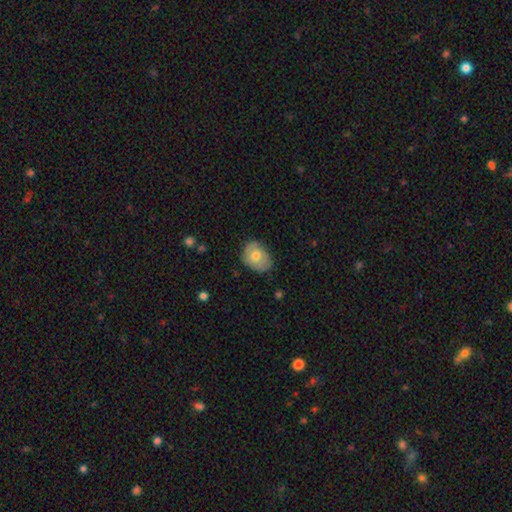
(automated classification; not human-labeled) smooth-or-featured: smooth: 61% | featured or disk: 31% | star or artifact: 7%
  how-rounded: in between: 61% | round: 38% | cigar-shaped: 1%
  merging: none: 65% | minor disturbance: 27% | major disturbance: 6% | merger: 1%